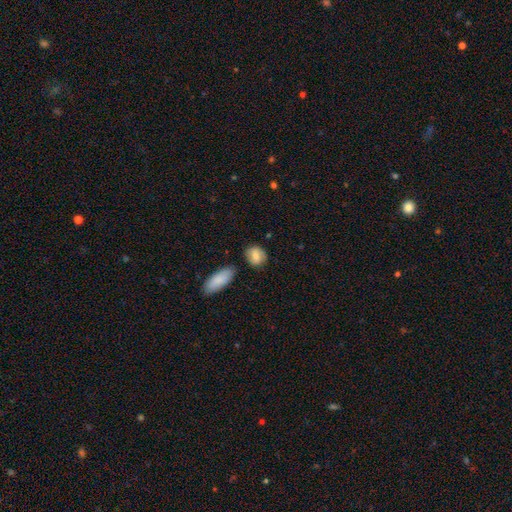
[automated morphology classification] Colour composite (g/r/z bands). It shows a smooth galaxy with no disk features (76%) that is round (53%). Merging: none (76%).